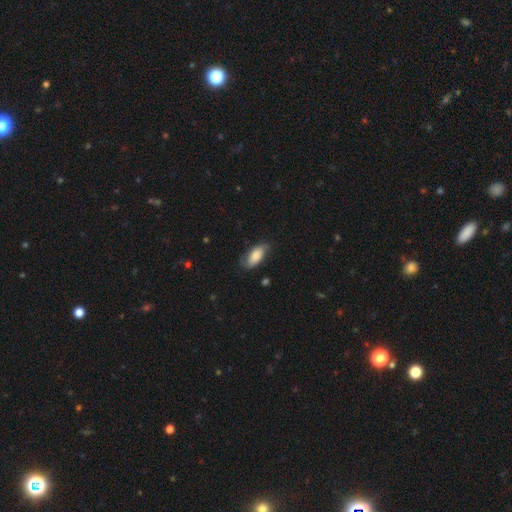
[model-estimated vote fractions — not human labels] Smooth or featured?
  - smooth: 74% *
  - featured or disk: 19%
  - star or artifact: 7%
How rounded?
  - in between: 88% *
  - cigar-shaped: 9%
  - round: 3%
Merging?
  - none: 65% *
  - minor disturbance: 26%
  - major disturbance: 7%
  - merger: 1%